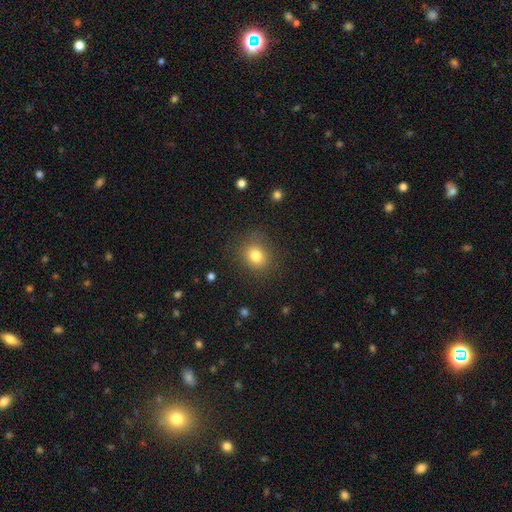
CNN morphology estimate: Smooth or featured: smooth — 80% (star or artifact — 12%)
How rounded: round — 66% (in between — 33%)
Merging: none — 82% (minor disturbance — 12%)